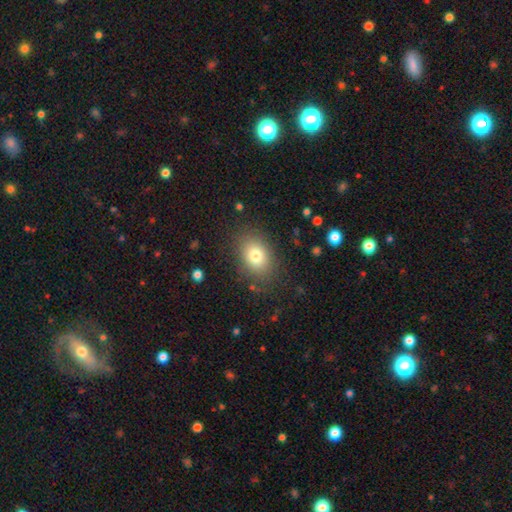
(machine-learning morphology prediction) Smooth or featured?
  - smooth: 77% *
  - featured or disk: 12%
  - star or artifact: 11%
How rounded?
  - in between: 69% *
  - round: 30%
  - cigar-shaped: 1%
Merging?
  - none: 82% *
  - minor disturbance: 11%
  - major disturbance: 5%
  - merger: 1%